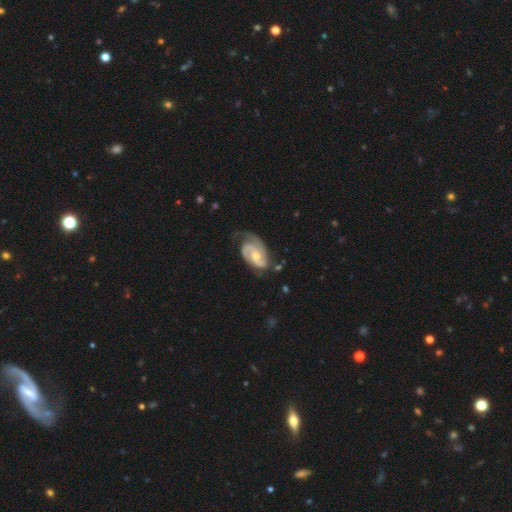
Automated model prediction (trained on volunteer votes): Morphology: type=featured or disk (85%); edge-on=no (97%); bar=no (53%); spiral arms=yes (96%); winding=medium (43%); arm count=2 (74%); bulge=moderate (58%); merging=none (53%).